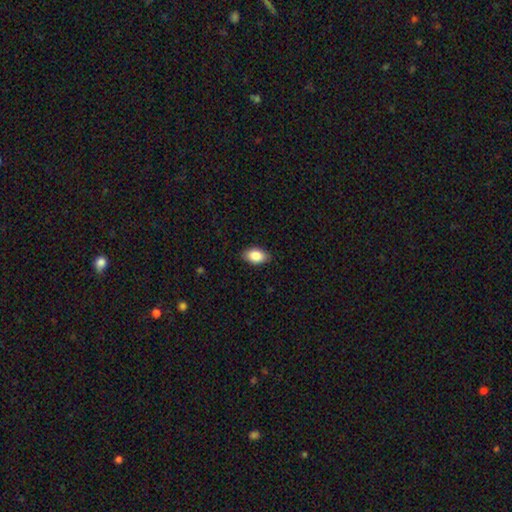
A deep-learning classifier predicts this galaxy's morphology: smooth_or_featured: smooth (p=0.87) [alt: star or artifact p=0.07]
how_rounded: in between (p=0.92) [alt: round p=0.06]
merging: none (p=0.87) [alt: minor disturbance p=0.10]